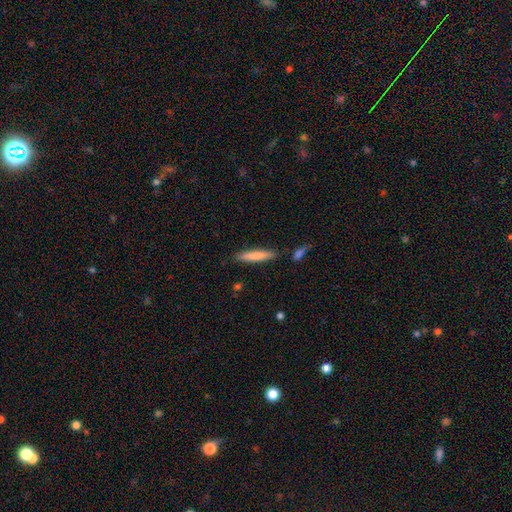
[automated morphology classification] smooth 78%, featured or disk 16%, star or artifact 6%. Down the decision tree: how rounded — cigar-shaped (89%); merging — none (86%).